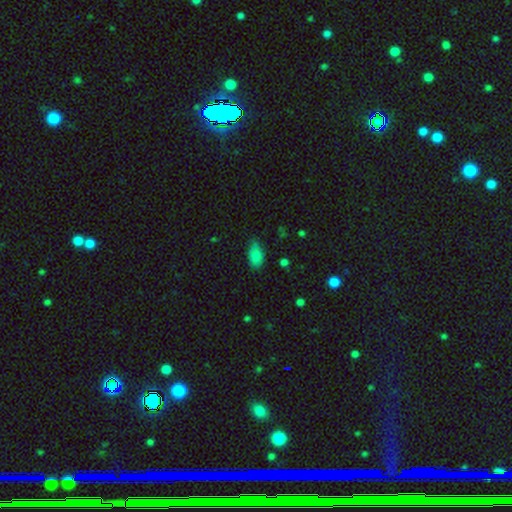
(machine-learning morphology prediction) This appears to be a smooth galaxy with no disk features (84%) that is in between round and cigar-shaped (92%). Merging: none (60%).